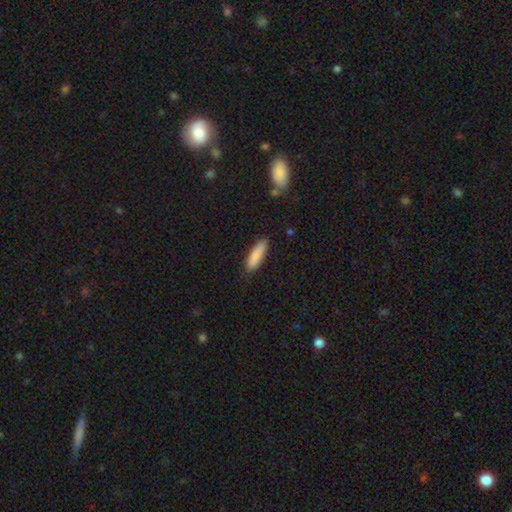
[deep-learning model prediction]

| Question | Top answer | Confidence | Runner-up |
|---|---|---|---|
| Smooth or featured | smooth | 85% | featured or disk (9%) |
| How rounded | cigar-shaped | 58% | in between (41%) |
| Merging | none | 84% | minor disturbance (12%) |